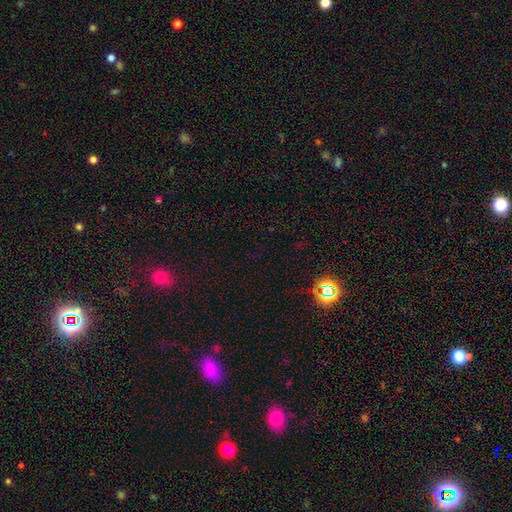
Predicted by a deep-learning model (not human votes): A star or artifact, not a galaxy (74%).